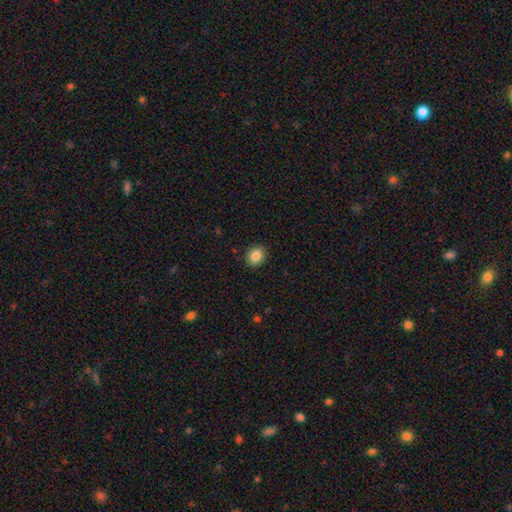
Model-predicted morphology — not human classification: A smooth galaxy with no disk features (85%) that is round (63%).

Vote fractions:
- Smooth or featured? smooth: 85% / star or artifact: 9% / featured or disk: 6%
- How rounded? round: 63% / in between: 37% / cigar-shaped: 1%
- Merging? none: 90% / minor disturbance: 8% / major disturbance: 2% / merger: 1%